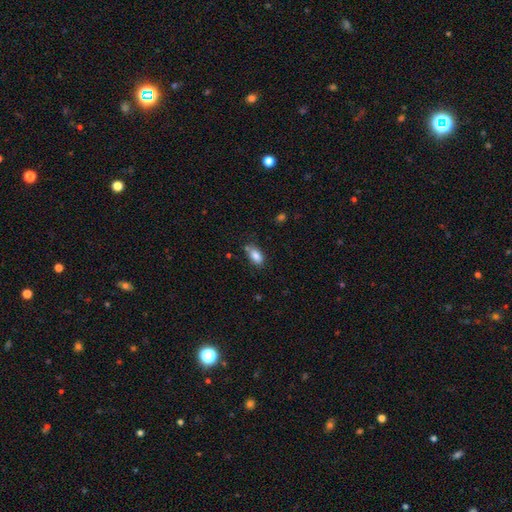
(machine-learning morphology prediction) The model was most divided on "merging": none: 70%, minor disturbance: 20%, merger: 7%, major disturbance: 4%. More confident: how rounded — in between (90%); smooth or featured — smooth (84%).